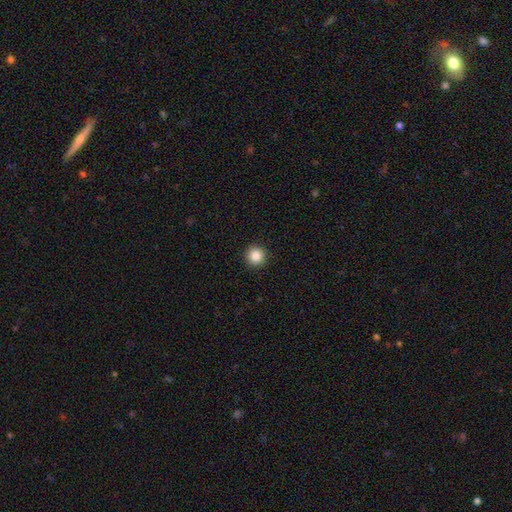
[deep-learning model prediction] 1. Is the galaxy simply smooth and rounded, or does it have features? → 87% smooth, 10% star or artifact, 4% featured or disk.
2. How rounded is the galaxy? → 95% round, 4% in between, 1% cigar-shaped.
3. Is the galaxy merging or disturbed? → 93% none, 4% minor disturbance, 2% major disturbance, 1% merger.